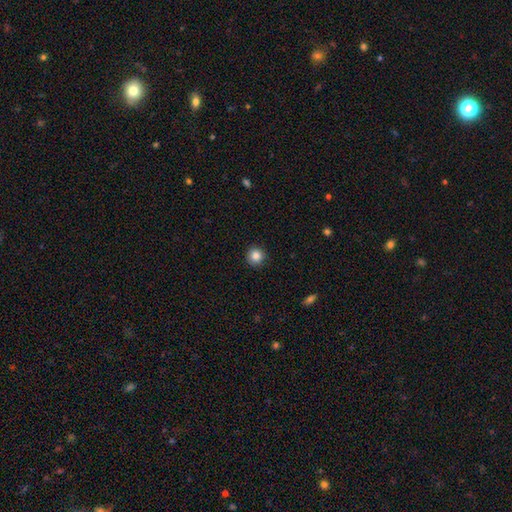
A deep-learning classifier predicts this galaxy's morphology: Q: Smooth or featured?
A: smooth (85%); runner-up: star or artifact (10%)
Q: How rounded?
A: round (95%); runner-up: in between (4%)
Q: Merging?
A: none (91%); runner-up: minor disturbance (6%)